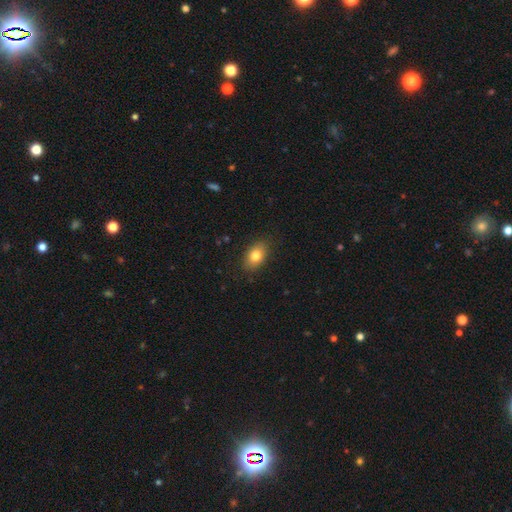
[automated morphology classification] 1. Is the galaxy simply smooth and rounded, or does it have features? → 80% smooth, 11% featured or disk, 9% star or artifact.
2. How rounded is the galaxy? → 85% in between, 13% round, 2% cigar-shaped.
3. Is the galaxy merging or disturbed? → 86% none, 10% minor disturbance, 2% major disturbance, 1% merger.